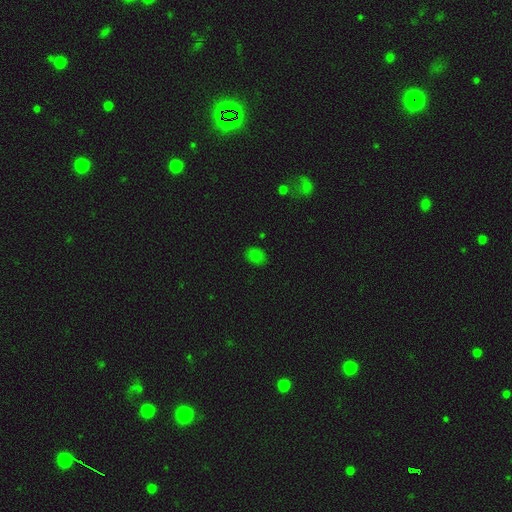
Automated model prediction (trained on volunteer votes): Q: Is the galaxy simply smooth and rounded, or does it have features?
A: smooth — 78%.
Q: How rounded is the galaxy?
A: in between — 61%.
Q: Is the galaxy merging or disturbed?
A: none — 83%.